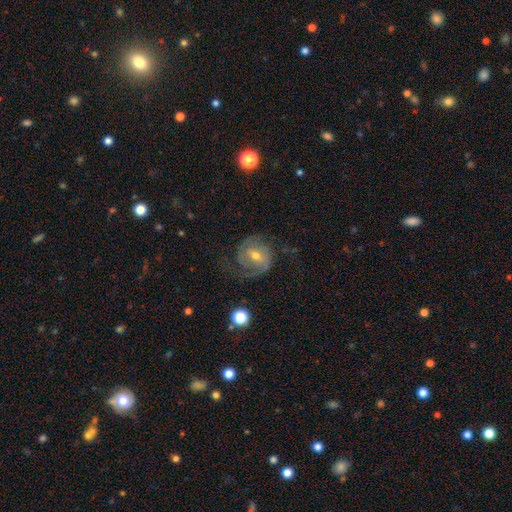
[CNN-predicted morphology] This appears to be a featured or disk galaxy (77%) with a weak bar (49%), 2 (63%) medium (42%) spiral arms (92%) and a moderate central bulge (59%). Merging: none (60%).